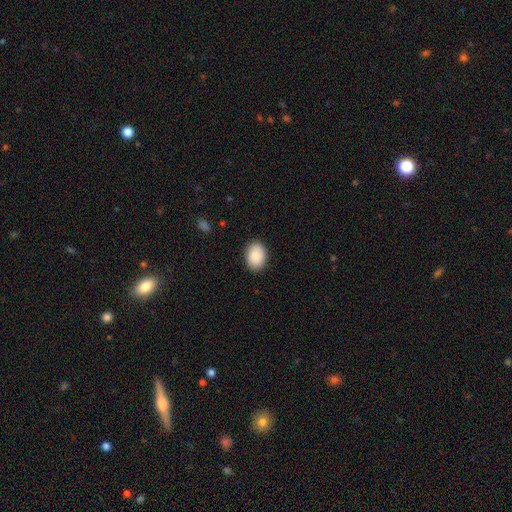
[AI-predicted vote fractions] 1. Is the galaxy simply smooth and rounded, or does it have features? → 88% smooth, 6% star or artifact, 5% featured or disk.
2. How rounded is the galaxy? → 77% in between, 22% round, 1% cigar-shaped.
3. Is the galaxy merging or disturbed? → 88% none, 9% minor disturbance, 2% major disturbance, 1% merger.